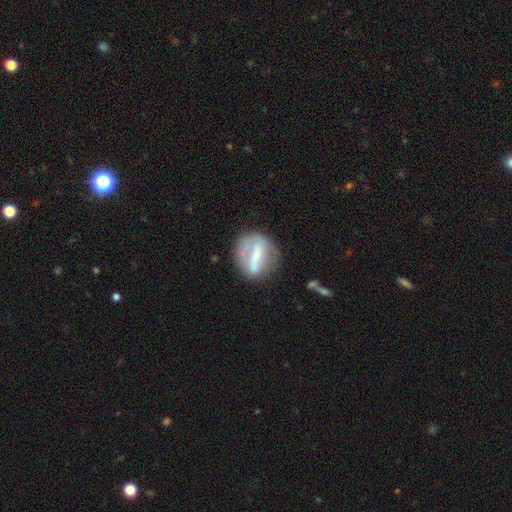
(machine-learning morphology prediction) smooth_or_featured: featured or disk (p=0.52) [alt: smooth p=0.40]
disk_edge_on: no (p=0.88) [alt: yes p=0.12]
merging: none (p=0.65) [alt: minor disturbance p=0.20]